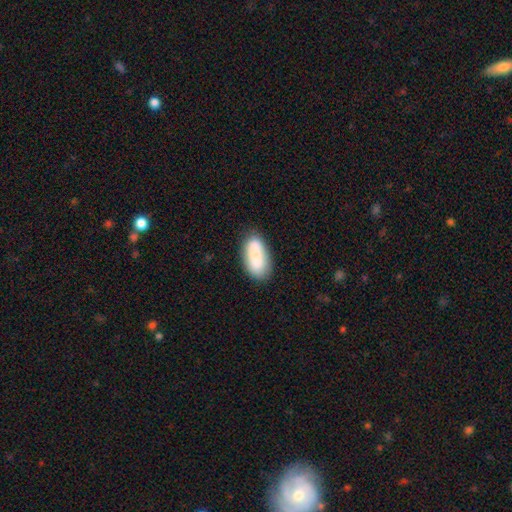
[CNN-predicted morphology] Smooth or featured?
  - smooth: 81% *
  - featured or disk: 12%
  - star or artifact: 7%
How rounded?
  - in between: 89% *
  - cigar-shaped: 8%
  - round: 3%
Merging?
  - none: 71% *
  - minor disturbance: 18%
  - merger: 6%
  - major disturbance: 5%